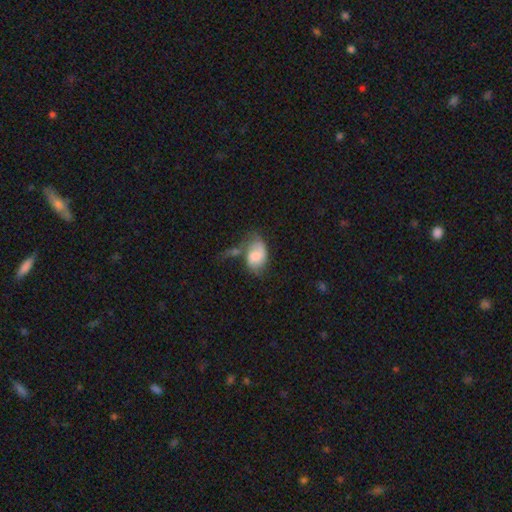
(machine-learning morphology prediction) Q: Smooth or featured?
A: smooth (50%); runner-up: featured or disk (42%)
Q: Merging?
A: none (28%); runner-up: minor disturbance (25%)